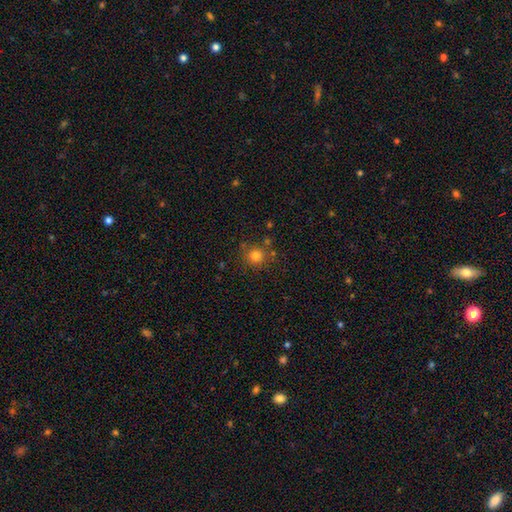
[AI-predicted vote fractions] A smooth galaxy with no disk features (78%) that is round (92%).

Vote fractions:
- Smooth or featured? smooth: 78% / star or artifact: 15% / featured or disk: 7%
- How rounded? round: 92% / in between: 7% / cigar-shaped: 1%
- Merging? none: 80% / minor disturbance: 10% / merger: 8% / major disturbance: 3%